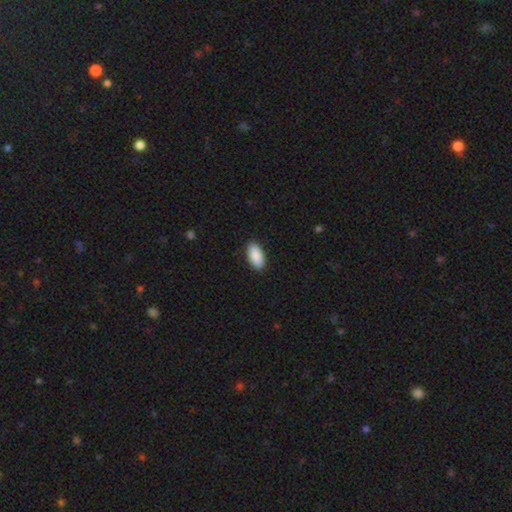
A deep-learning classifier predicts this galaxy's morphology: type=smooth (91%); roundness=in between (94%); merging=none (90%).